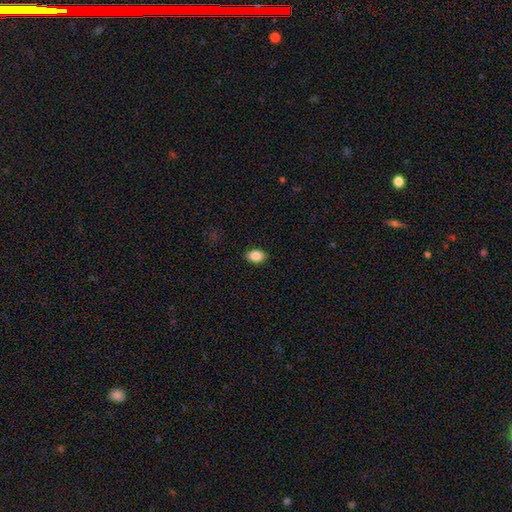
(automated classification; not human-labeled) smooth 87%, star or artifact 8%, featured or disk 5%. Down the decision tree: how rounded — in between (85%); merging — none (89%).